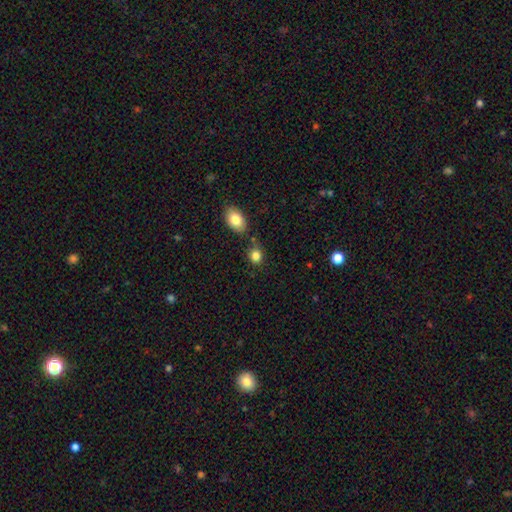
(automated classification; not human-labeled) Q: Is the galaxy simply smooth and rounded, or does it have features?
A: smooth — 84%.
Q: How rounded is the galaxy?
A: round — 65%.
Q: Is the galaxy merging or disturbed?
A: none — 69%.